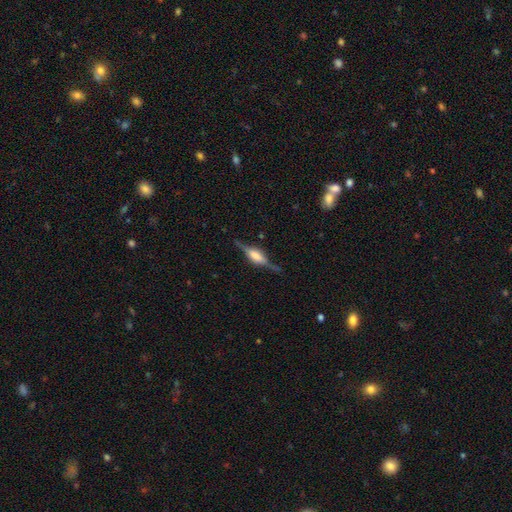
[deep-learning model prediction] This is likely a featured or disk galaxy (79%). It is clearly viewed edge-on (97%). Edge-on bulge: likely rounded (60%). Merging: clearly none (80%).